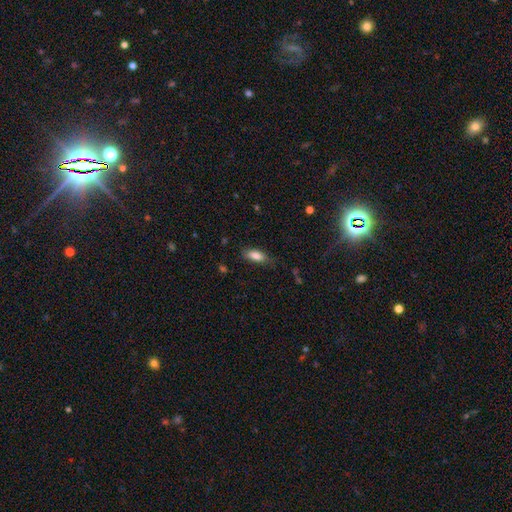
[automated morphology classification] Overall: smooth (83%). How rounded: in between (76%). Merging: none (74%).